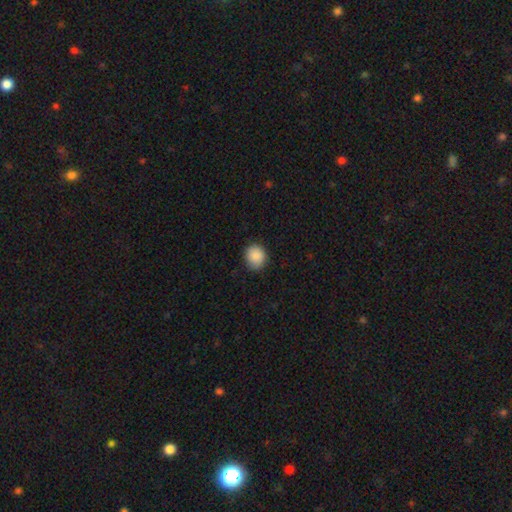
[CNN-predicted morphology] The model was most divided on "how rounded": round: 78%, in between: 21%, cigar-shaped: 1%. More confident: smooth or featured — smooth (89%); merging — none (85%).